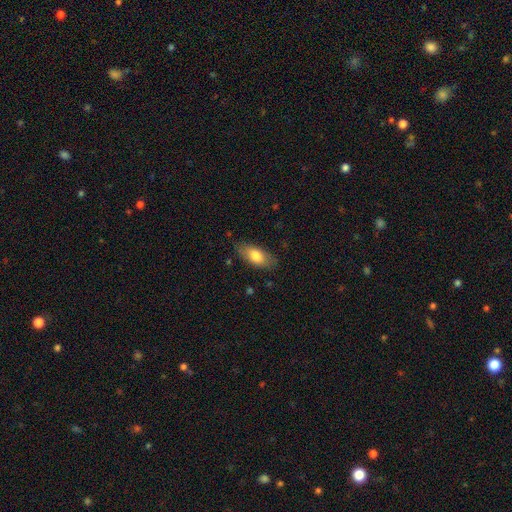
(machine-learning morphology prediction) Smooth or featured? Predicted: smooth (p=0.78). How rounded? Predicted: in between (p=0.86). Merging? Predicted: none (p=0.82).